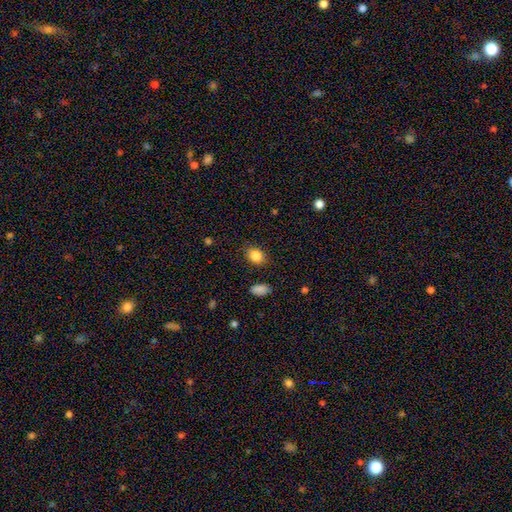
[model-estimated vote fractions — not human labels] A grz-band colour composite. It shows a smooth galaxy with no disk features (86%) that is in between round and cigar-shaped (59%). Merging: none (84%).